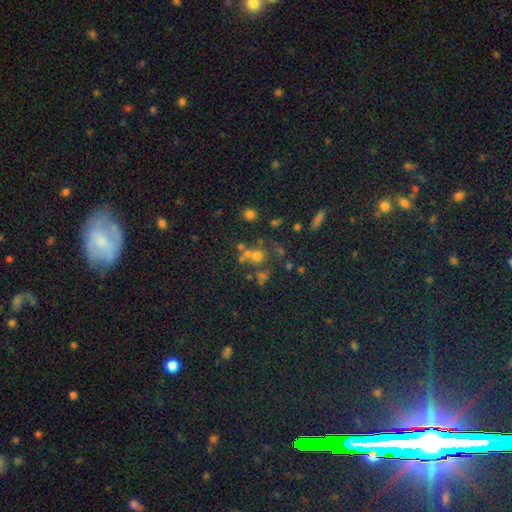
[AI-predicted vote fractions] This appears to be a smooth galaxy with no disk features (46%). Merging: none (51%).